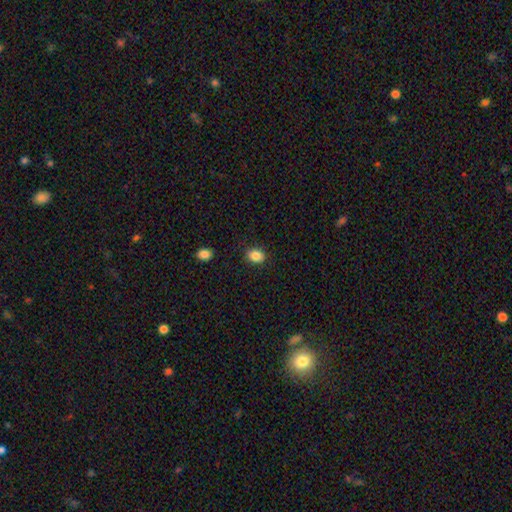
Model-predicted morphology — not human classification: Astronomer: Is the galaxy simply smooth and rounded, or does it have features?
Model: smooth — 85%.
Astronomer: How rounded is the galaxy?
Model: round — 50% (runner-up: in between, 49%).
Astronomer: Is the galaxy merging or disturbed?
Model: none — 87%.